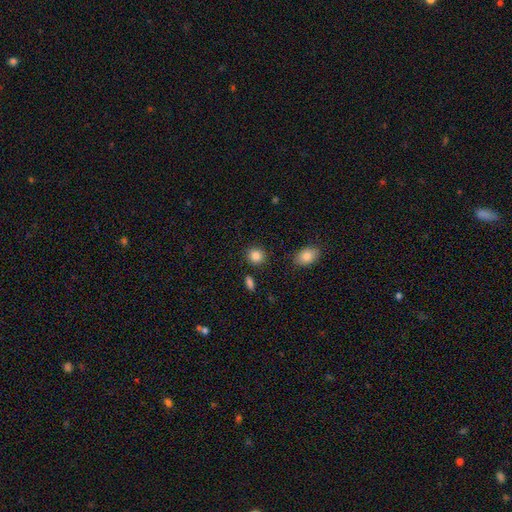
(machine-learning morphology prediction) A smooth galaxy with no disk features (86%) that is round (84%). Merging: none (88%).